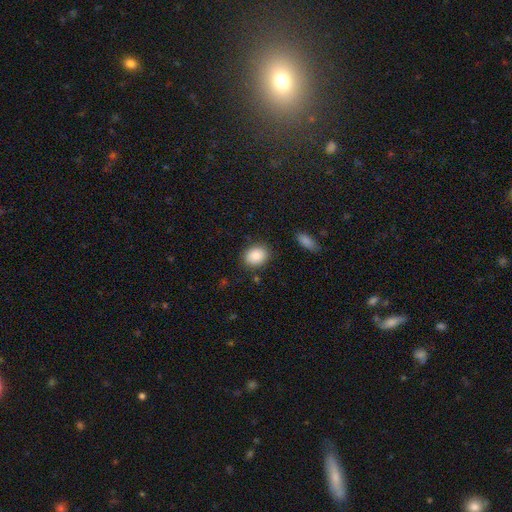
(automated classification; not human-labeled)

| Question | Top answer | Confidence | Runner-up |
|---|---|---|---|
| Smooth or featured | smooth | 89% | star or artifact (7%) |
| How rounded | in between | 53% | round (46%) |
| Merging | none | 84% | minor disturbance (10%) |